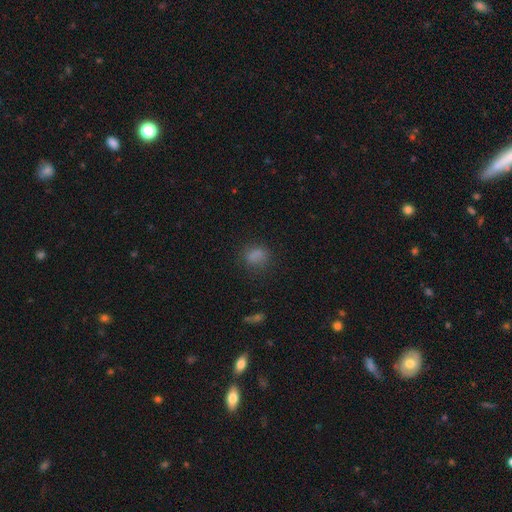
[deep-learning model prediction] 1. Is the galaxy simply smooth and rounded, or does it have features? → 78% smooth, 14% star or artifact, 8% featured or disk.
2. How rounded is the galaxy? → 53% in between, 43% round, 3% cigar-shaped.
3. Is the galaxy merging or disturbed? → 69% none, 19% minor disturbance, 9% major disturbance, 3% merger.